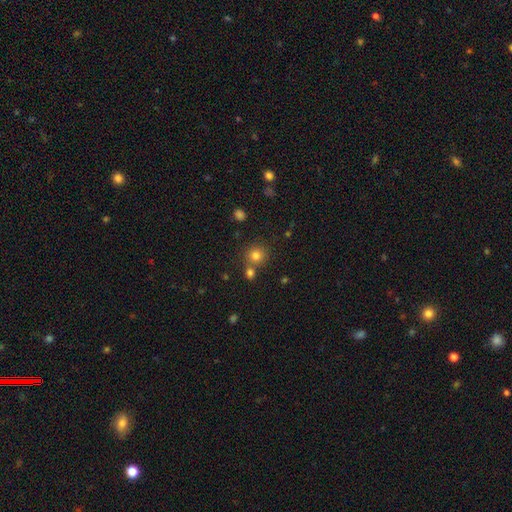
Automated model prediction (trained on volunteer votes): A smooth galaxy with no disk features (79%) that is round (89%). Merging: none (68%).